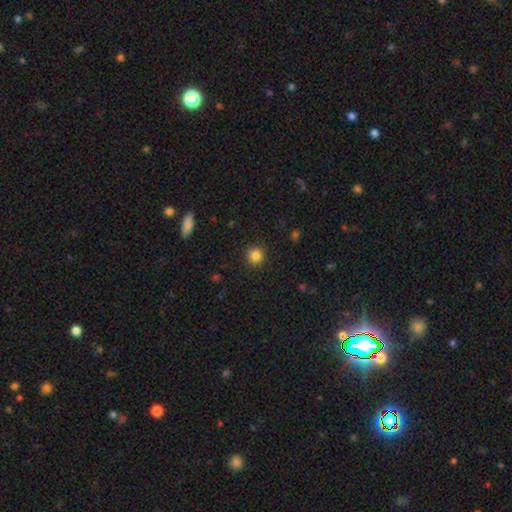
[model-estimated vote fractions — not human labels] Smooth or featured? smooth (85%)
How rounded? round (94%)
Merging? none (91%)